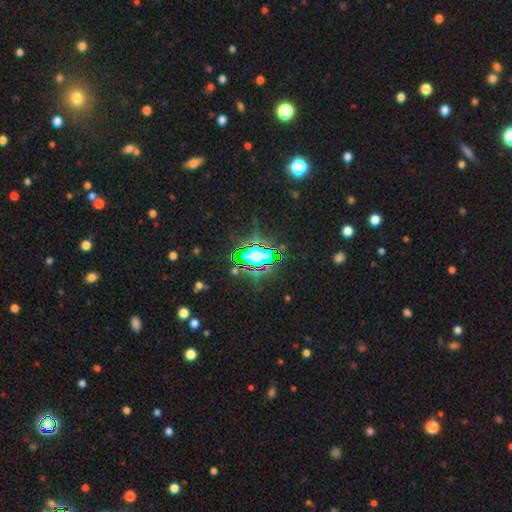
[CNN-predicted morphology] Smooth or featured? Predicted: star or artifact (p=0.71).